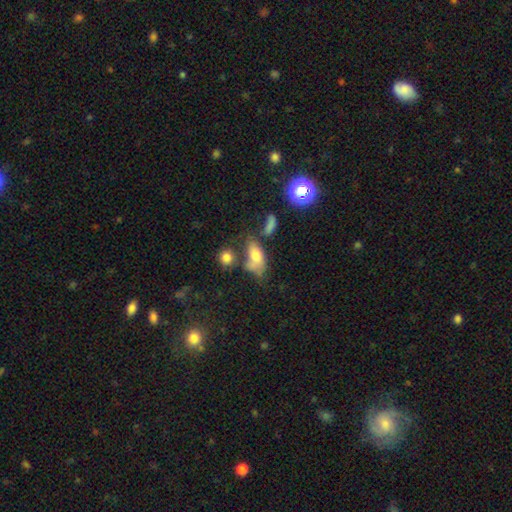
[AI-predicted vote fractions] This is likely a smooth galaxy (69%). How rounded: clearly in between (87%). Merging: marginally none (35%).